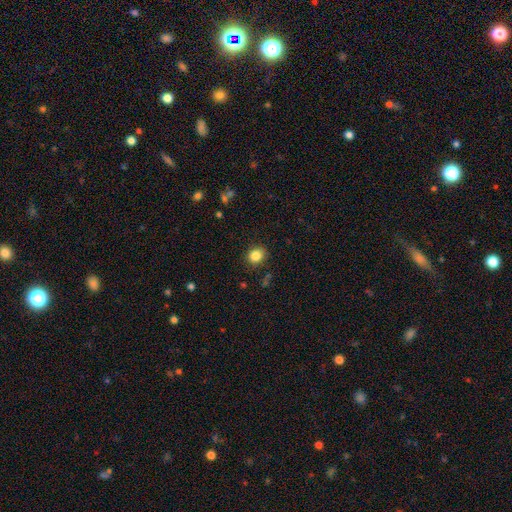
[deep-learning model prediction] Overall: smooth (85%). How rounded: round (69%; in between 30%). Merging: none (86%).